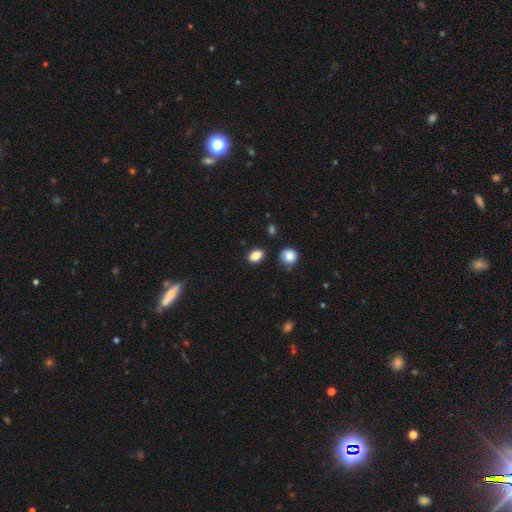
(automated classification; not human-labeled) Smooth or featured? smooth (85%)
How rounded? in between (75%)
Merging? none (84%)